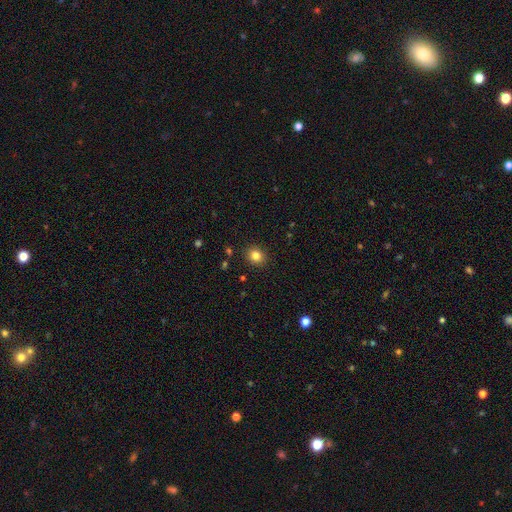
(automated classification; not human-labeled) Smooth or featured?
  - smooth: 82% *
  - star or artifact: 12%
  - featured or disk: 6%
How rounded?
  - round: 72% *
  - in between: 27%
  - cigar-shaped: 1%
Merging?
  - none: 89% *
  - minor disturbance: 7%
  - major disturbance: 2%
  - merger: 1%